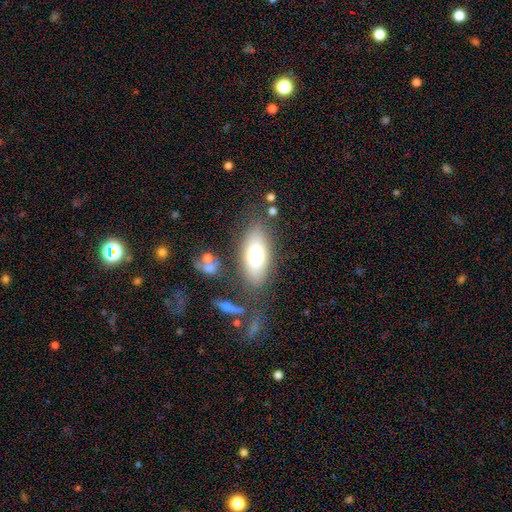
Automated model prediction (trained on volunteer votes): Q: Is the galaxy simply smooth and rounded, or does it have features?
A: smooth — 68%.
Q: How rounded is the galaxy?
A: in between — 82%.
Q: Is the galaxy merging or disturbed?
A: none — 79%.